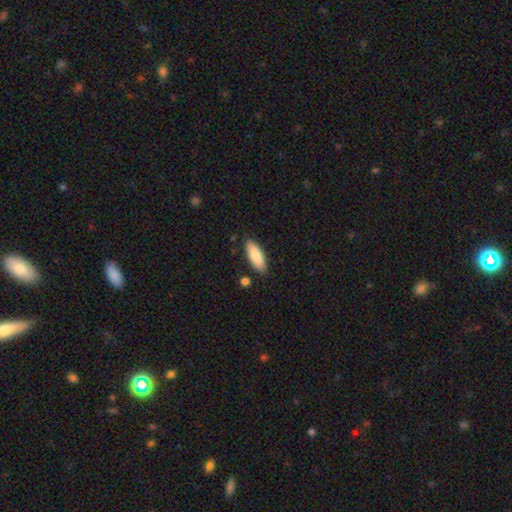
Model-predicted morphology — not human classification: The model was most divided on "how rounded": in between: 64%, cigar-shaped: 34%, round: 2%. More confident: smooth or featured — smooth (85%); merging — none (84%).